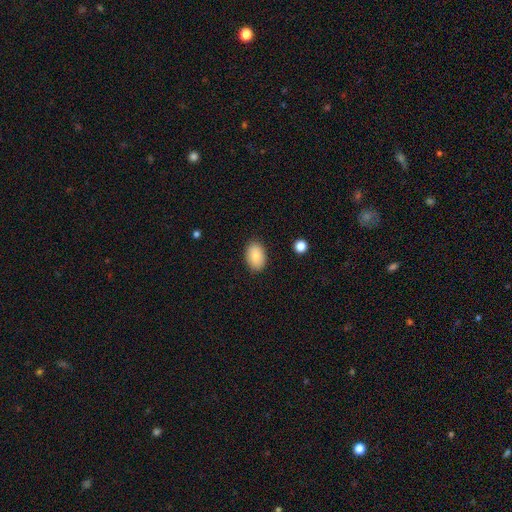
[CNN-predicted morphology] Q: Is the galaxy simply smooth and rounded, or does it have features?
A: smooth — 85%.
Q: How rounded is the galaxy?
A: in between — 88%.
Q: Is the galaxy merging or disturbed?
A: none — 87%.